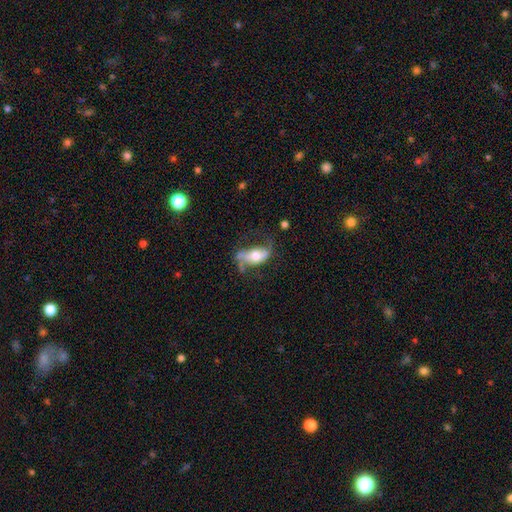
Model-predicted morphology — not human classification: Smooth or featured? Predicted: featured or disk (p=0.53). Edge-on disk? Predicted: no (p=0.86). Merging? Predicted: none (p=0.42).